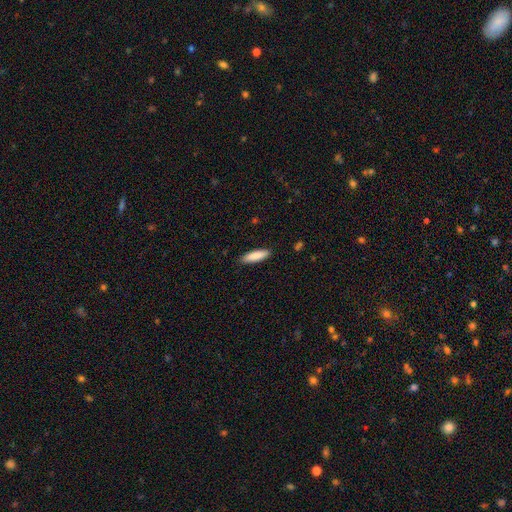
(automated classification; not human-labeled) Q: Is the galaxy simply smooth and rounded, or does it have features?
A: smooth — 87%.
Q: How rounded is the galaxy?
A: cigar-shaped — 62%.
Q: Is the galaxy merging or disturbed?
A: none — 87%.